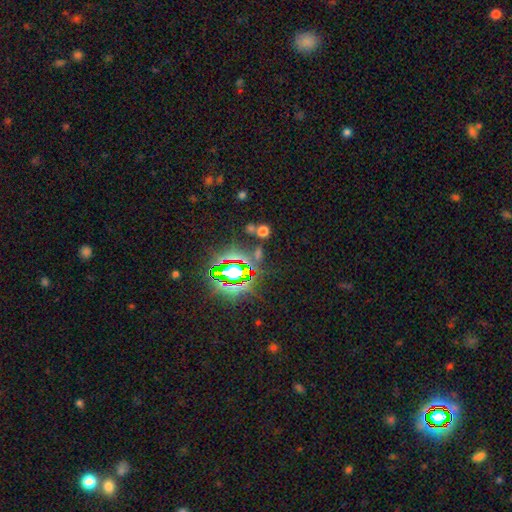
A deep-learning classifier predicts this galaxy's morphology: Smooth or featured? Predicted: star or artifact (p=0.75).